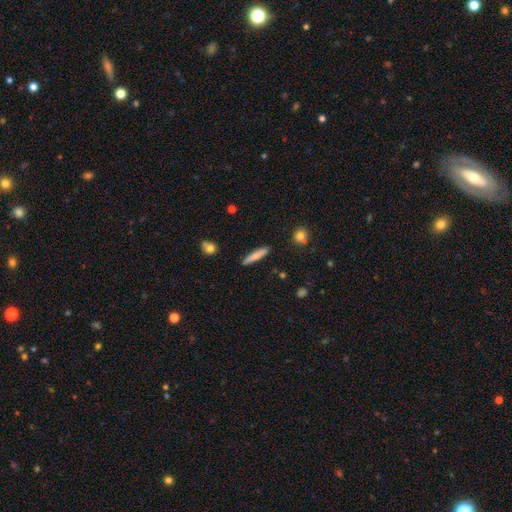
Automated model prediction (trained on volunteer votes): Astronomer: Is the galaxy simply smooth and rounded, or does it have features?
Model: smooth — 71%.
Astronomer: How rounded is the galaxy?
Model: cigar-shaped — 88%.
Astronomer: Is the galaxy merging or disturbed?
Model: none — 87%.